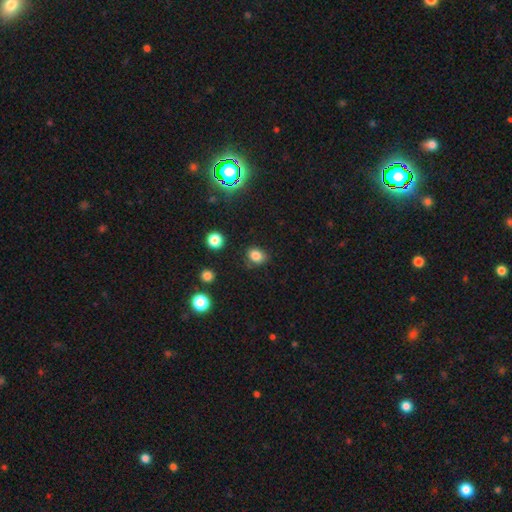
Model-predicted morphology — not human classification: Smooth or featured? smooth (82%)
How rounded? in between (53%)
Merging? none (79%)